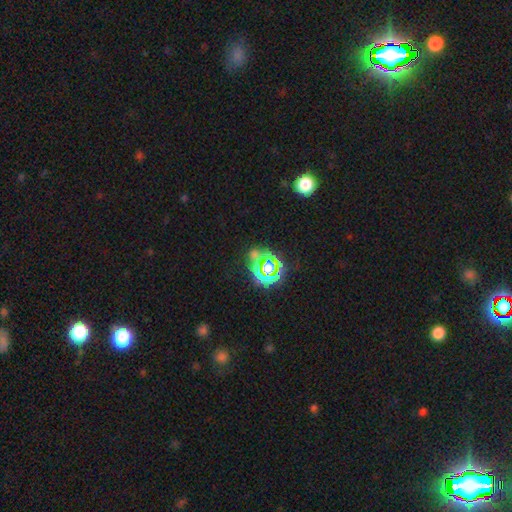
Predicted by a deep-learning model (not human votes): Morphology: type=star or artifact (72%).